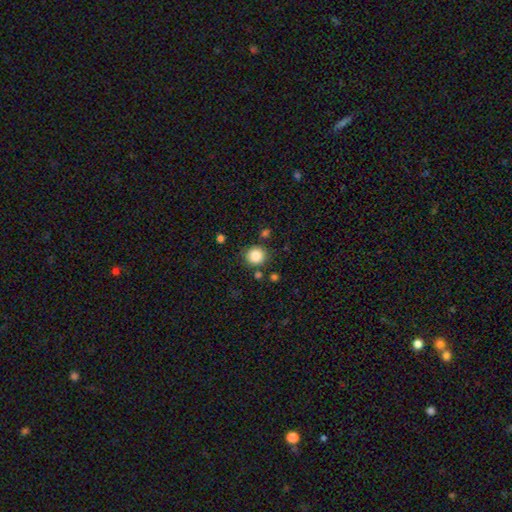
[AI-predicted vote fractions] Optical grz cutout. It shows a smooth galaxy with no disk features (86%) that is round (91%). Merging: none (83%).